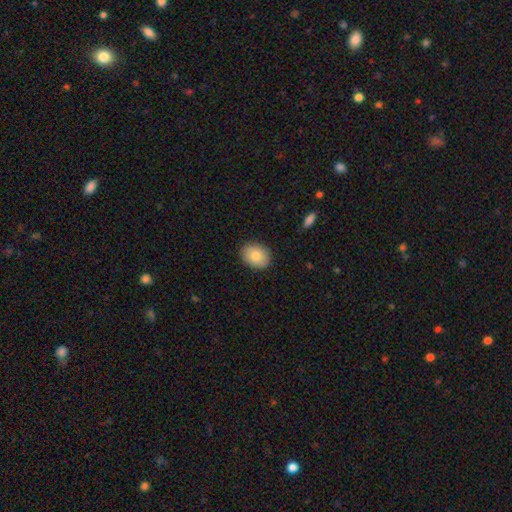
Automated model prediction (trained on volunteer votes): This appears to be a smooth galaxy with no disk features (82%) that is in between round and cigar-shaped (61%). Merging: none (88%).